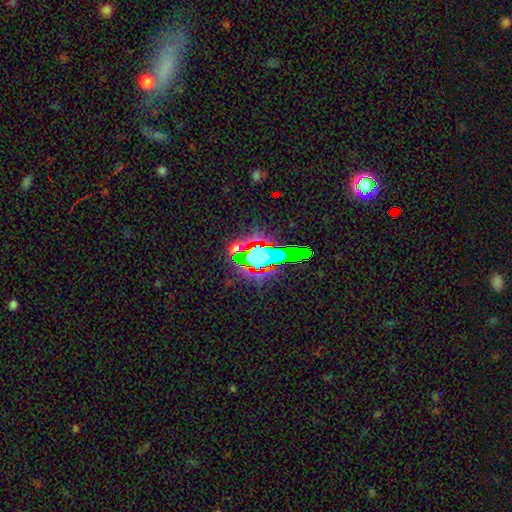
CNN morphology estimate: smooth_or_featured: star or artifact (p=0.58) [alt: smooth p=0.22]